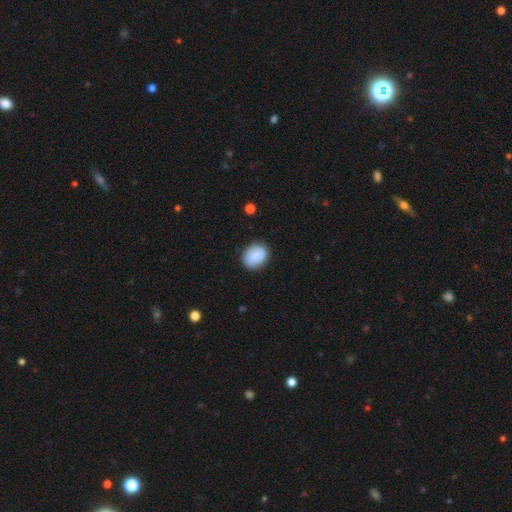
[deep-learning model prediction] A smooth galaxy with no disk features (86%) that is in between round and cigar-shaped (54%). Merging: none (83%).